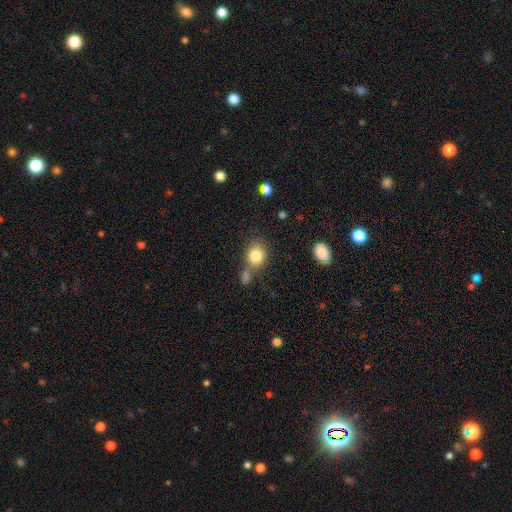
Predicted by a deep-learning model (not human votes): Smooth or featured?
  - smooth: 82% *
  - star or artifact: 10%
  - featured or disk: 8%
How rounded?
  - round: 68% *
  - in between: 31%
  - cigar-shaped: 1%
Merging?
  - none: 56% *
  - merger: 24%
  - minor disturbance: 15%
  - major disturbance: 6%